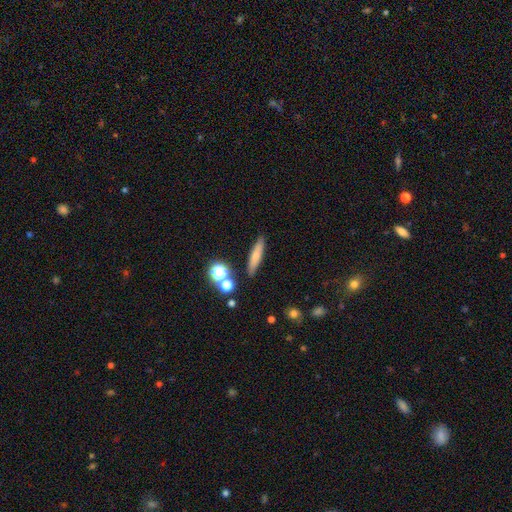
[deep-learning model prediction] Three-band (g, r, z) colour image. It shows a smooth galaxy with no disk features (70%) that is cigar-shaped (82%). Merging: none (85%).